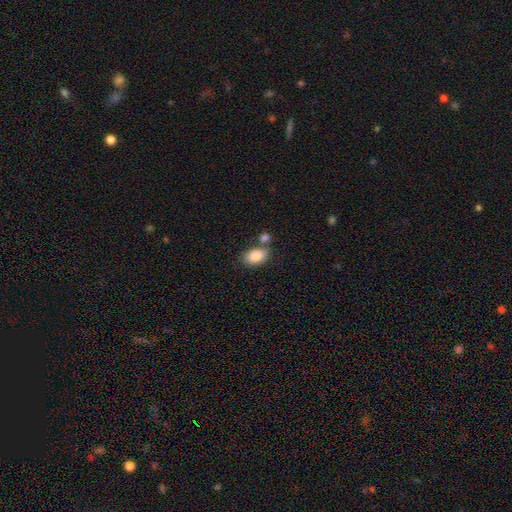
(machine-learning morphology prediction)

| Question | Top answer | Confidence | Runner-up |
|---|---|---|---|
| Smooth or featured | smooth | 85% | star or artifact (7%) |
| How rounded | in between | 88% | round (10%) |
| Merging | none | 62% | merger (20%) |